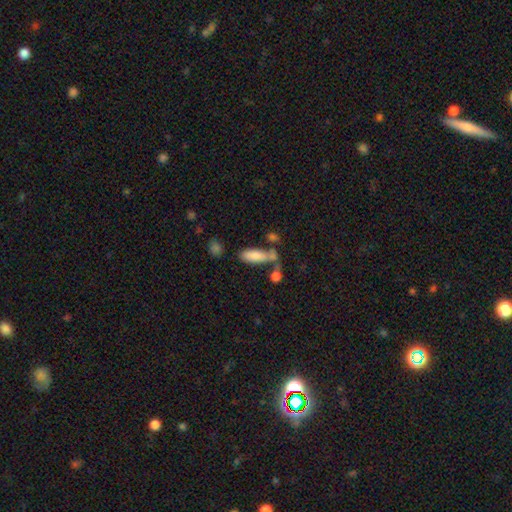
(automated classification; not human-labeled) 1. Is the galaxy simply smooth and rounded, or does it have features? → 80% smooth, 12% featured or disk, 8% star or artifact.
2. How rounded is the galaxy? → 66% in between, 31% cigar-shaped, 2% round.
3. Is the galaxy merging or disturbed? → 48% none, 24% merger, 19% minor disturbance, 9% major disturbance.